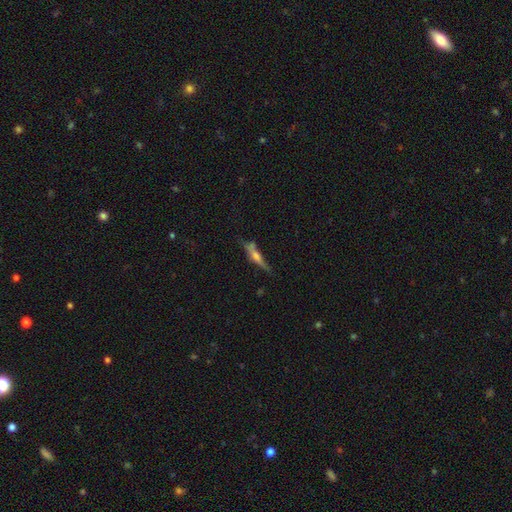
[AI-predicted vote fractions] The model was most divided on "smooth or featured": featured or disk: 58%, smooth: 33%, star or artifact: 8%. More confident: edge-on disk — yes (92%); edge-on bulge — rounded (76%); merging — none (64%).